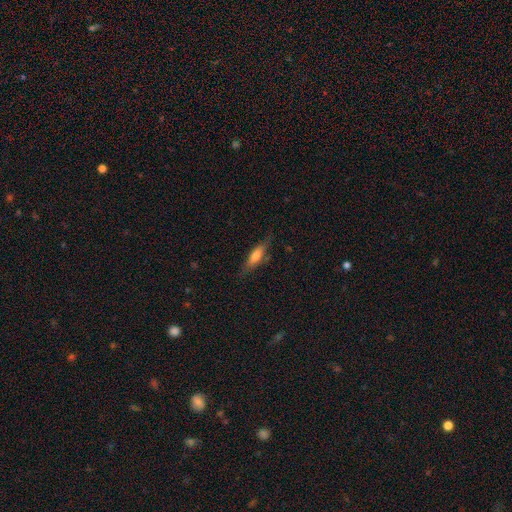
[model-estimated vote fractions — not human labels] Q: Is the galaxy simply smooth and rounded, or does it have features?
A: smooth — 62%.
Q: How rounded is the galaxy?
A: cigar-shaped — 62%.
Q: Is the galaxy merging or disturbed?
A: none — 76%.